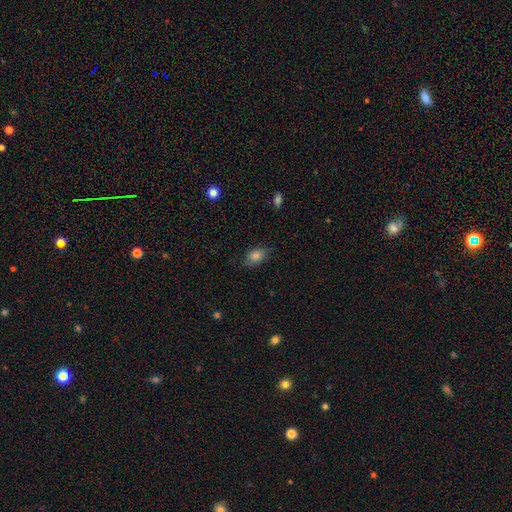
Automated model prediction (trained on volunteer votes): This is clearly a smooth galaxy (80%). How rounded: clearly in between (85%). Merging: clearly none (80%).